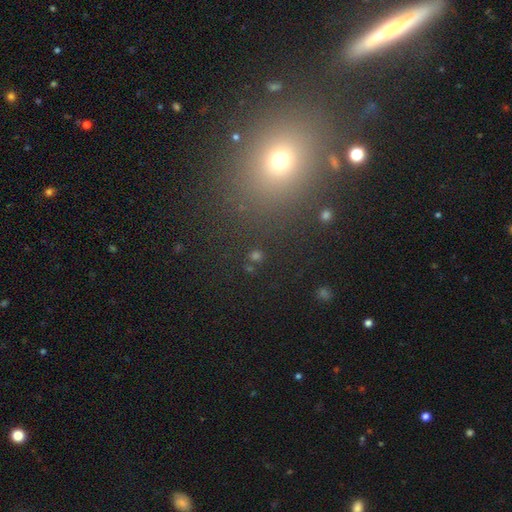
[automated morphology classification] Smooth or featured? Predicted: smooth (p=0.53). How rounded? Predicted: round (p=0.82). Merging? Predicted: none (p=0.81).